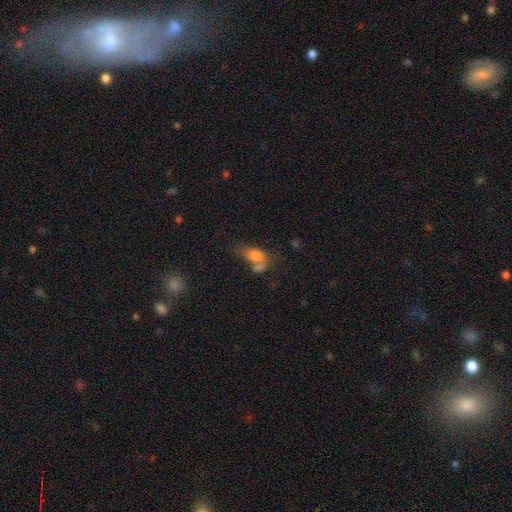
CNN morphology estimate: Q: Smooth or featured?
A: smooth (73%); runner-up: featured or disk (16%)
Q: How rounded?
A: in between (80%); runner-up: round (15%)
Q: Merging?
A: merger (44%); runner-up: none (25%)